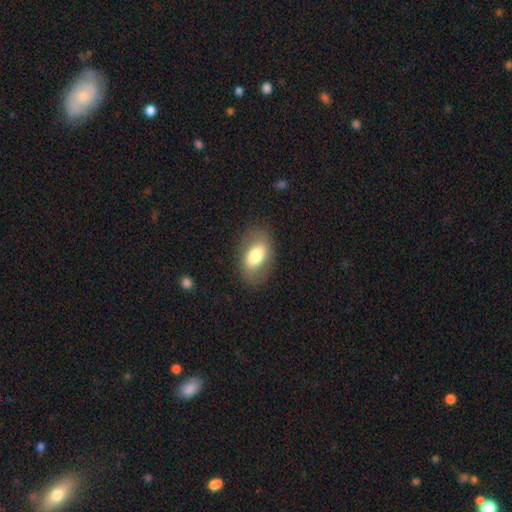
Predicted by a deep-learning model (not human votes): Smooth or featured: smooth — 68% (featured or disk — 25%)
How rounded: in between — 89% (round — 9%)
Merging: none — 81% (minor disturbance — 13%)